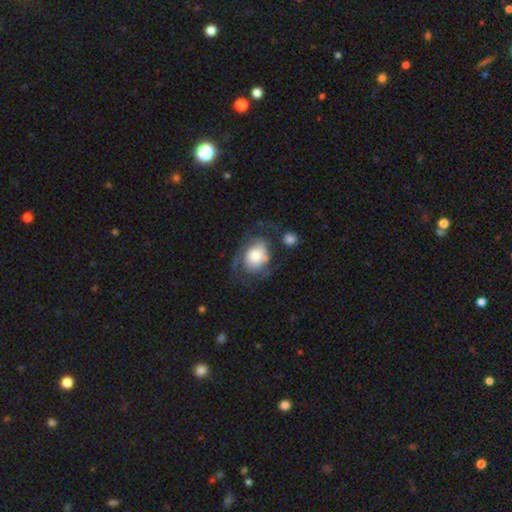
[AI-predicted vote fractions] A smooth galaxy with no disk features (48%).

Vote fractions:
- Smooth or featured? smooth: 48% / featured or disk: 45% / star or artifact: 7%
- Merging? none: 39% / major disturbance: 29% / minor disturbance: 25% / merger: 7%